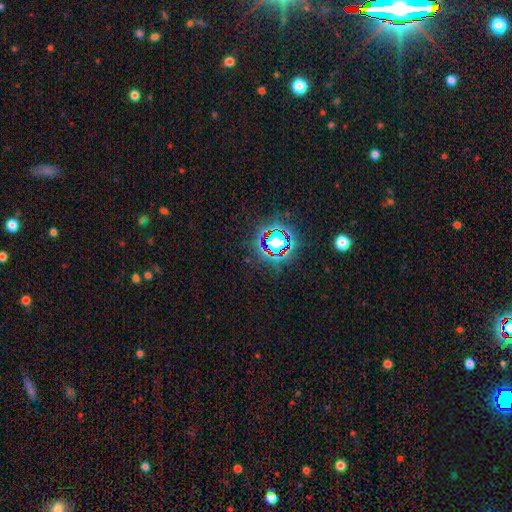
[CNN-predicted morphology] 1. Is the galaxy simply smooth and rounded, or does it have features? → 83% star or artifact, 10% smooth, 7% featured or disk.